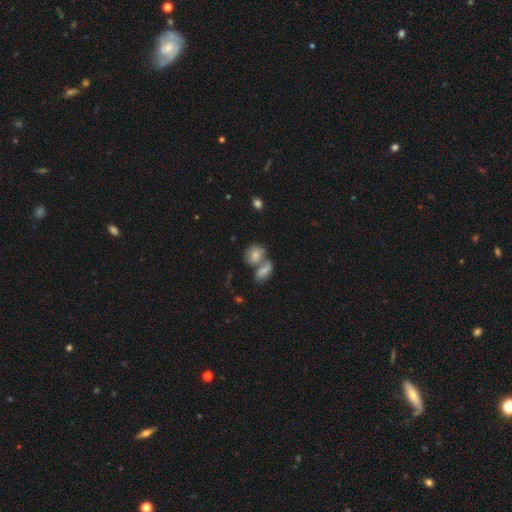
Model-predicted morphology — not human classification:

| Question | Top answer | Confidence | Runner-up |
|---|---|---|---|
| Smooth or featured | smooth | 66% | featured or disk (20%) |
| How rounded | round | 50% | in between (47%) |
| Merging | merger | 52% | none (34%) |